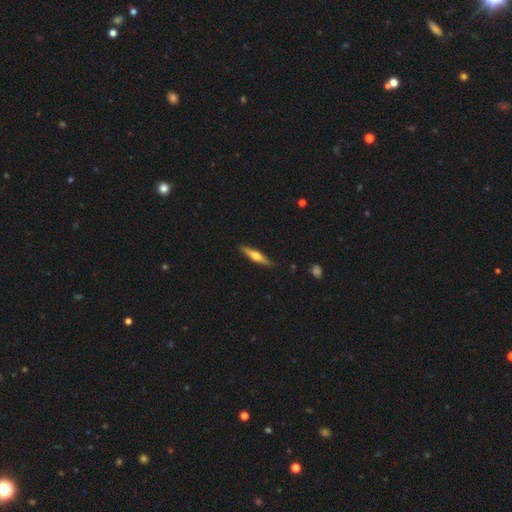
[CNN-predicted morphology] Q: Smooth or featured?
A: featured or disk (56%); runner-up: smooth (38%)
Q: Edge-on disk?
A: yes (95%); runner-up: no (5%)
Q: Edge-on bulge?
A: rounded (92%); runner-up: none (4%)
Q: Merging?
A: none (88%); runner-up: minor disturbance (9%)